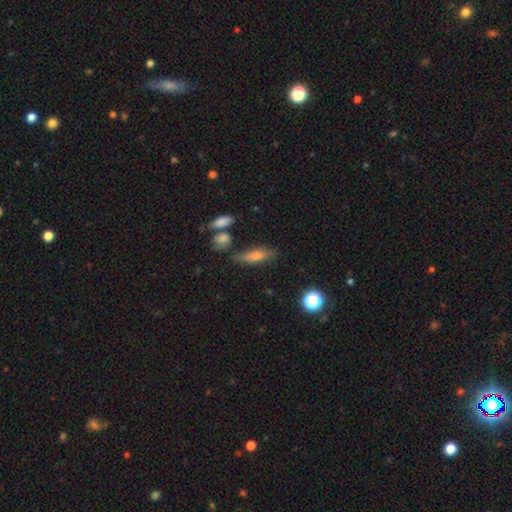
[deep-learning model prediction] The model was most divided on "how rounded": cigar-shaped: 57%, in between: 38%, round: 5%. More confident: merging — none (75%); smooth or featured — smooth (55%).